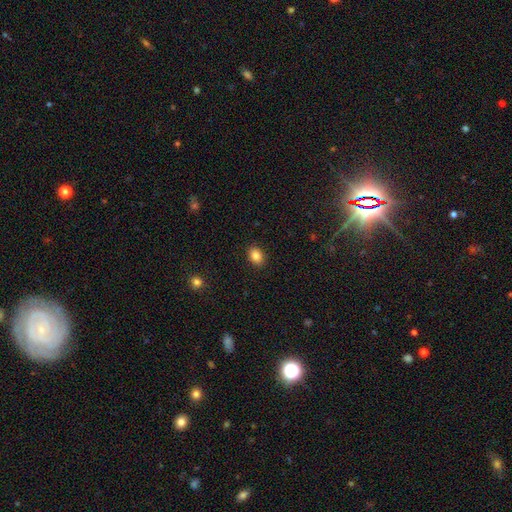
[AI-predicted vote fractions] This appears to be a smooth galaxy with no disk features (86%) that is in between round and cigar-shaped (71%). Merging: none (89%).